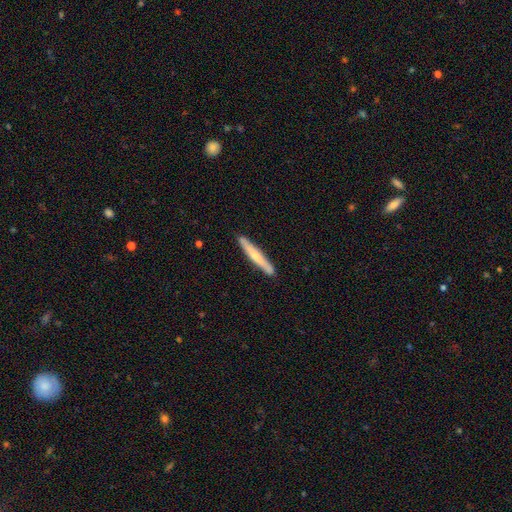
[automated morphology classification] Smooth or featured: smooth — 57% (featured or disk — 38%)
How rounded: cigar-shaped — 95% (in between — 4%)
Merging: none — 89% (minor disturbance — 8%)